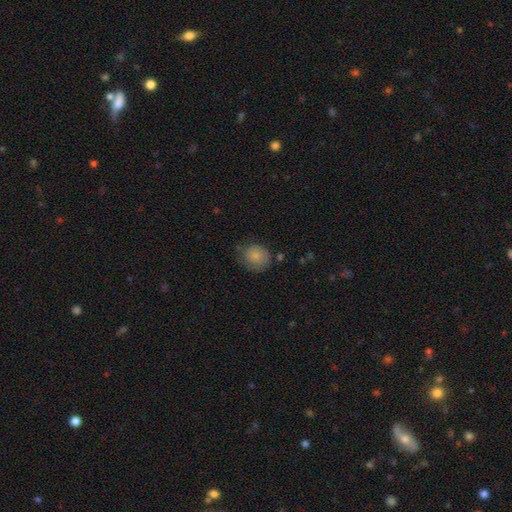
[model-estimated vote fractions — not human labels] Q: Smooth or featured?
A: smooth (78%); runner-up: featured or disk (14%)
Q: How rounded?
A: round (71%); runner-up: in between (28%)
Q: Merging?
A: none (58%); runner-up: minor disturbance (29%)